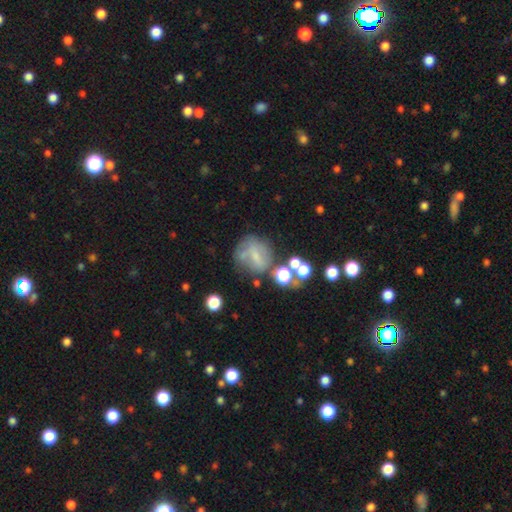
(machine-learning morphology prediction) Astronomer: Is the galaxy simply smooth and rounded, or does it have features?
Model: smooth — 43% (runner-up: featured or disk, 40%).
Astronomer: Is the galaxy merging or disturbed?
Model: none — 46% (runner-up: minor disturbance, 23%).